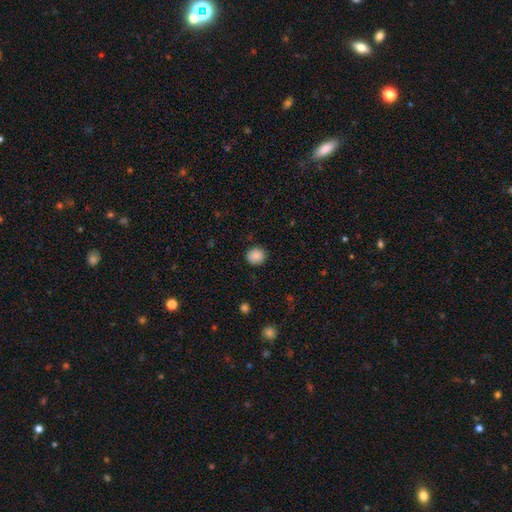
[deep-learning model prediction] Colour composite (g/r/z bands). It shows a smooth galaxy with no disk features (87%) that is round (86%). Merging: none (88%).